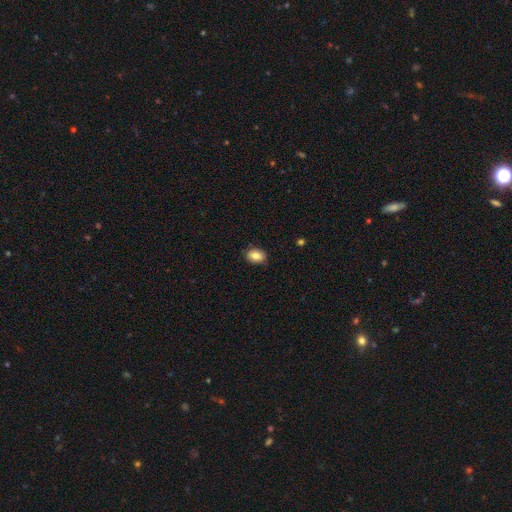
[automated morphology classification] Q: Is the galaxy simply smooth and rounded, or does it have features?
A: smooth — 84%.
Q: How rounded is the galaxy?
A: in between — 72%.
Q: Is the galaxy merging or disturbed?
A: none — 87%.